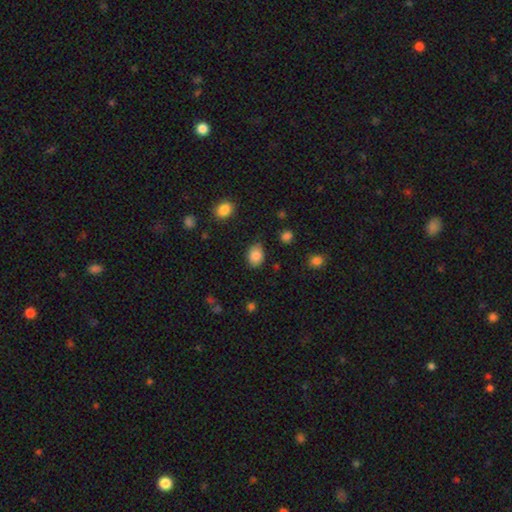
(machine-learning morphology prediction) Smooth or featured? smooth (86%)
How rounded? in between (67%)
Merging? none (74%)